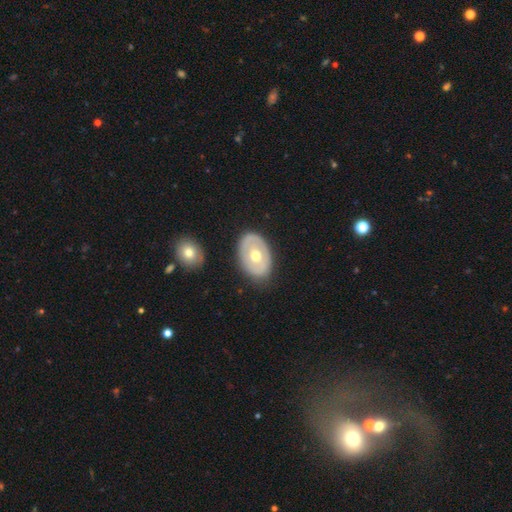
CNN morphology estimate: smooth_or_featured: featured or disk (p=0.52) [alt: smooth p=0.43]
disk_edge_on: no (p=0.91) [alt: yes p=0.09]
merging: none (p=0.82) [alt: minor disturbance p=0.12]